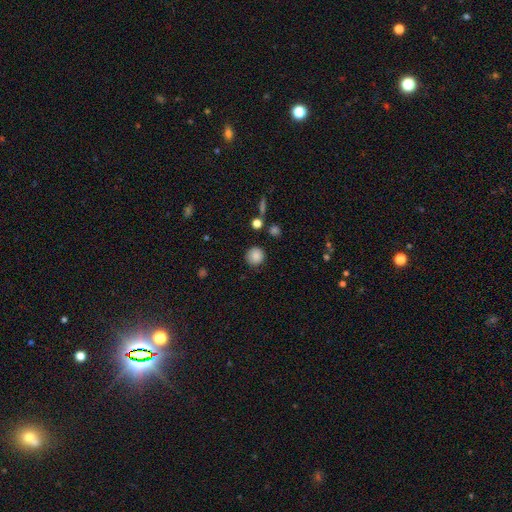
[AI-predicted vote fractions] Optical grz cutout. It shows a smooth galaxy with no disk features (86%) that is round (93%). Merging: none (88%).